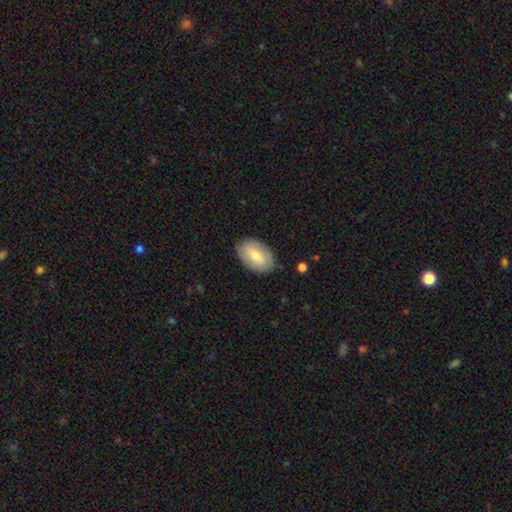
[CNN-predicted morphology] Smooth or featured: smooth — 71% (featured or disk — 23%)
How rounded: in between — 91% (round — 7%)
Merging: none — 84% (minor disturbance — 12%)